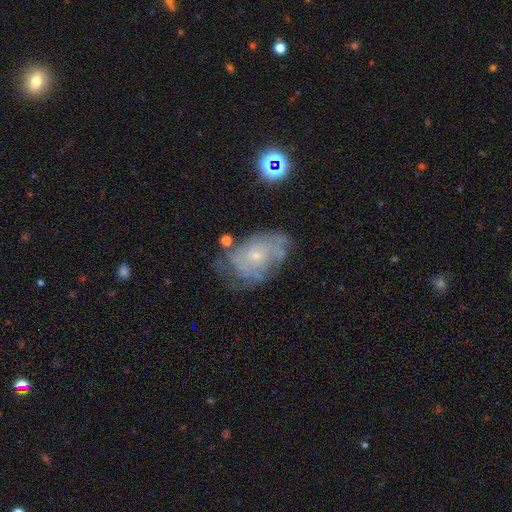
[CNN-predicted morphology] This appears to be a featured or disk galaxy (68%) with no bar (82%), tight (60%) spiral arms (79%) and a small central bulge (79%). Merging: none (57%).